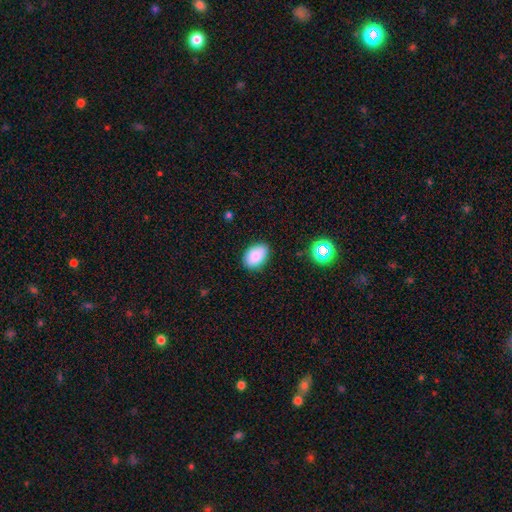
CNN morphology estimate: type=smooth (87%); roundness=in between (89%); merging=none (84%).